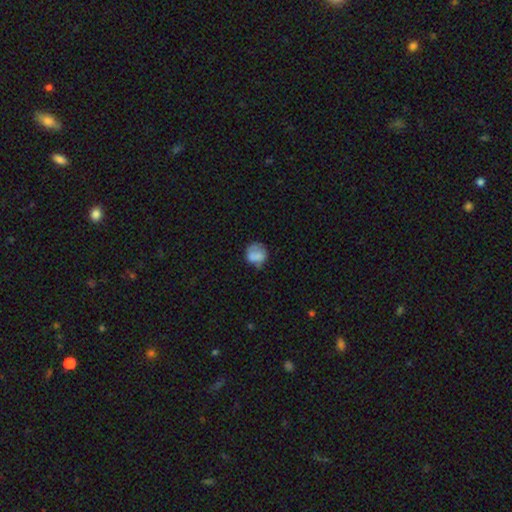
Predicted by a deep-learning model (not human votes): Morphology: type=smooth (78%); roundness=round (76%); merging=none (56%).